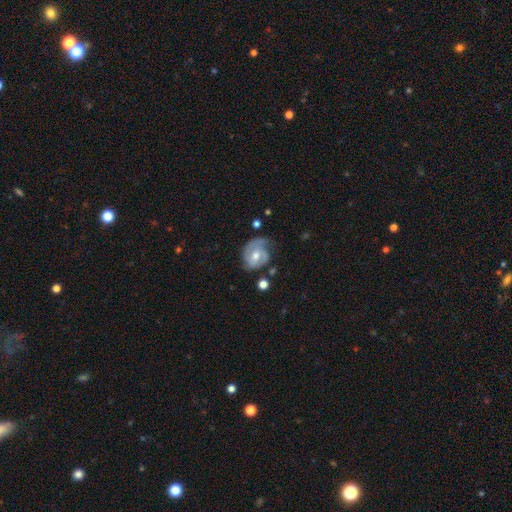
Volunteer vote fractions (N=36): This is clearly a featured or disk galaxy (89%). It is clearly not viewed edge-on (97%). Bar: possibly weak (48%). Spiral arm pattern: clearly yes (100%). Spiral arm count: possibly 2 (55%). Spiral winding: possibly tight (45%). Central bulge: likely moderate (68%). Merging: likely none (66%).